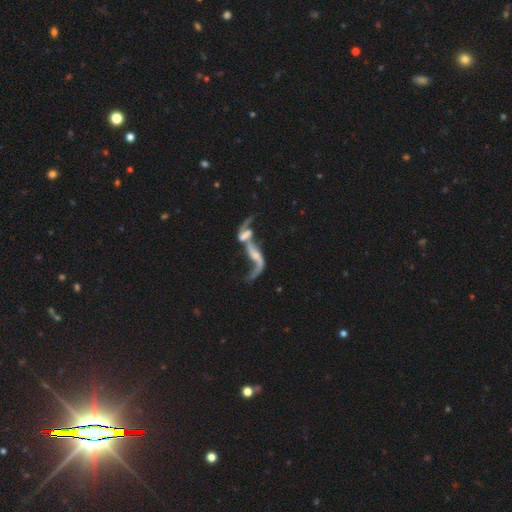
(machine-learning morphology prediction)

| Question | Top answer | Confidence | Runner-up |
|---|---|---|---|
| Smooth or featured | featured or disk | 77% | smooth (15%) |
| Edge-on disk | no | 88% | yes (12%) |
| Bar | no | 51% | weak (30%) |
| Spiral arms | yes | 77% | no (23%) |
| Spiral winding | loose | 92% | medium (6%) |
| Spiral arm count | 2 | 72% | 1 (21%) |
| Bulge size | small | 36% | none (31%) |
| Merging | merger | 66% | none (14%) |